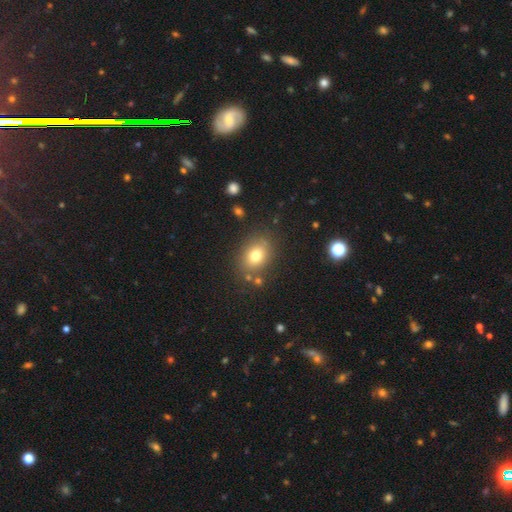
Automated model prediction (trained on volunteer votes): Smooth or featured?
  - smooth: 75% *
  - star or artifact: 13%
  - featured or disk: 12%
How rounded?
  - in between: 54% *
  - round: 45%
  - cigar-shaped: 1%
Merging?
  - none: 78% *
  - minor disturbance: 12%
  - merger: 6%
  - major disturbance: 4%